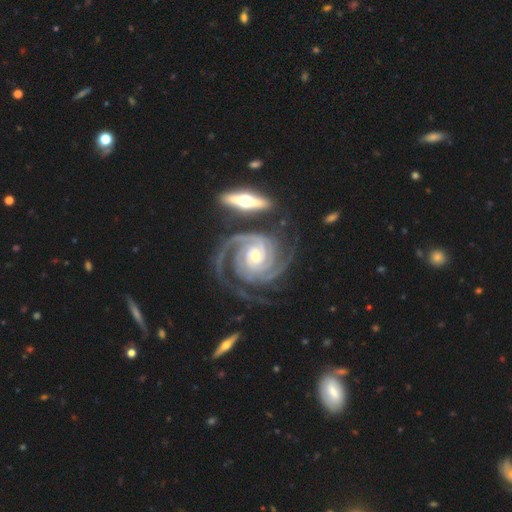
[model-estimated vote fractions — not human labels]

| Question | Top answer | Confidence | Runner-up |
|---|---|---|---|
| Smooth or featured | featured or disk | 94% | star or artifact (4%) |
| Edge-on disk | no | 97% | yes (3%) |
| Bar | no | 53% | weak (27%) |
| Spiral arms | yes | 99% | no (1%) |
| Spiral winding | tight | 77% | medium (20%) |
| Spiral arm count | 3 | 37% | 2 (29%) |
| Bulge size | moderate | 49% | small (46%) |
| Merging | none | 62% | minor disturbance (18%) |